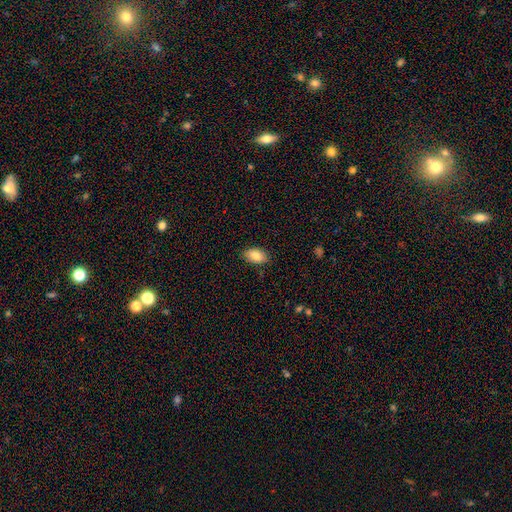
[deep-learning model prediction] smooth 86%, featured or disk 7%, star or artifact 7%. Down the decision tree: how rounded — in between (92%); merging — none (87%).